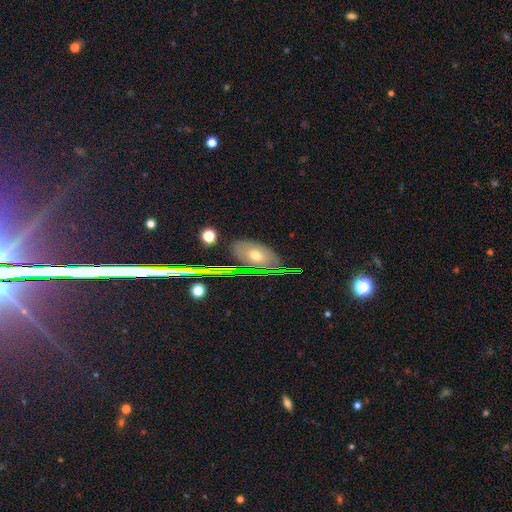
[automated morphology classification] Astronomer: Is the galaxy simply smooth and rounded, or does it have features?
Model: smooth — 49% (runner-up: featured or disk, 34%).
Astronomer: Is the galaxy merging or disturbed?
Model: none — 80%.